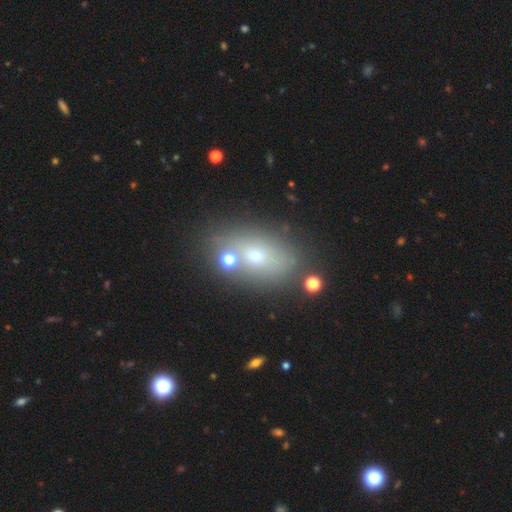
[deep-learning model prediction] Smooth or featured?
  - smooth: 58% *
  - featured or disk: 22%
  - star or artifact: 20%
How rounded?
  - in between: 76% *
  - round: 20%
  - cigar-shaped: 4%
Merging?
  - none: 71% *
  - minor disturbance: 12%
  - merger: 12%
  - major disturbance: 5%